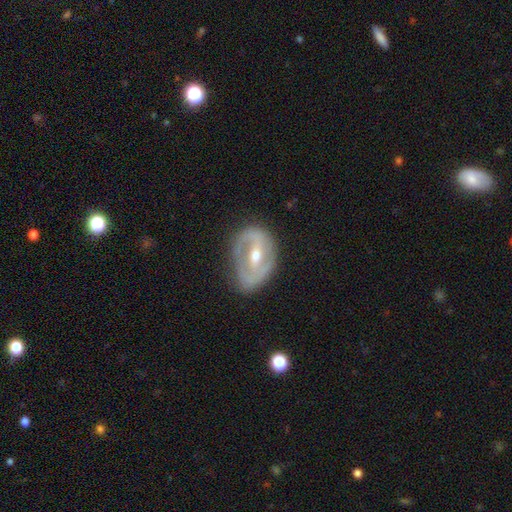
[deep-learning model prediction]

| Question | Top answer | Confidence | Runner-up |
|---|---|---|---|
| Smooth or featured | featured or disk | 80% | smooth (15%) |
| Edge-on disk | no | 95% | yes (5%) |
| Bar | strong | 45% | weak (38%) |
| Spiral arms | yes | 71% | no (29%) |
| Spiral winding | medium | 40% | tight (38%) |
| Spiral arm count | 2 | 67% | can't tell (16%) |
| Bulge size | moderate | 61% | small (35%) |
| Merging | none | 69% | minor disturbance (21%) |